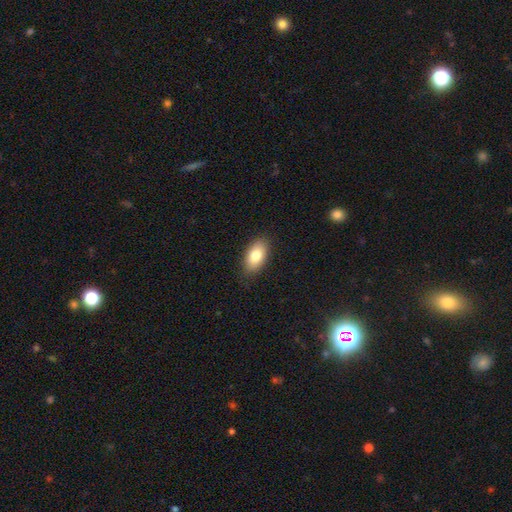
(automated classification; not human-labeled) This appears to be a smooth galaxy with no disk features (81%) that is in between round and cigar-shaped (92%). Merging: none (85%).